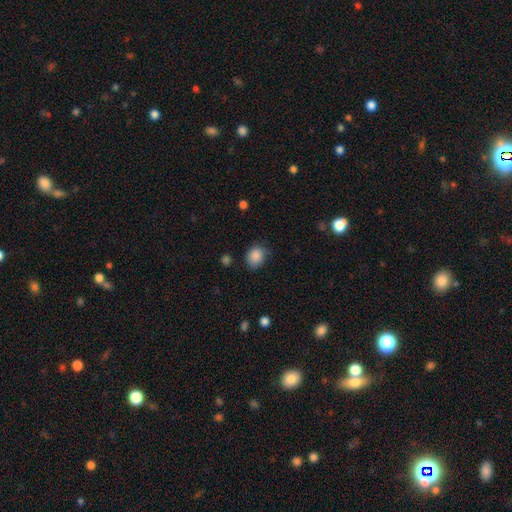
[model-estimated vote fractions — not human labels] Smooth or featured?
  - smooth: 87% *
  - star or artifact: 9%
  - featured or disk: 4%
How rounded?
  - round: 58% *
  - in between: 41%
  - cigar-shaped: 1%
Merging?
  - none: 70% *
  - minor disturbance: 23%
  - major disturbance: 5%
  - merger: 2%